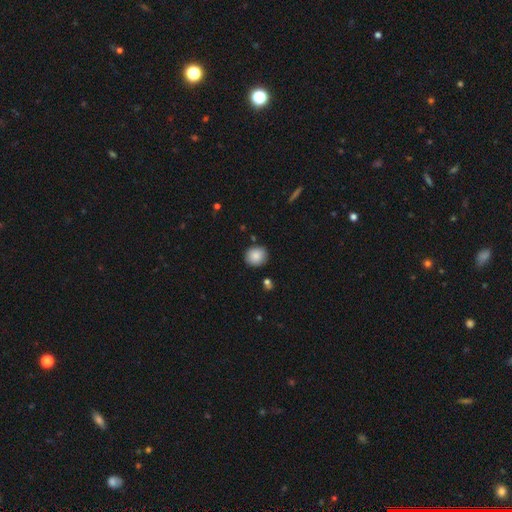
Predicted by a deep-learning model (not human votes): Morphology: type=smooth (87%); roundness=round (84%); merging=none (86%).